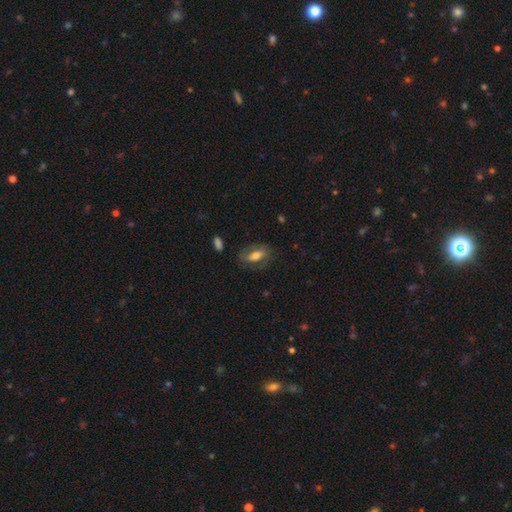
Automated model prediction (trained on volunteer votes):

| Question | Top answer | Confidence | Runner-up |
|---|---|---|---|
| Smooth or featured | featured or disk | 48% | smooth (45%) |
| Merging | none | 70% | minor disturbance (18%) |